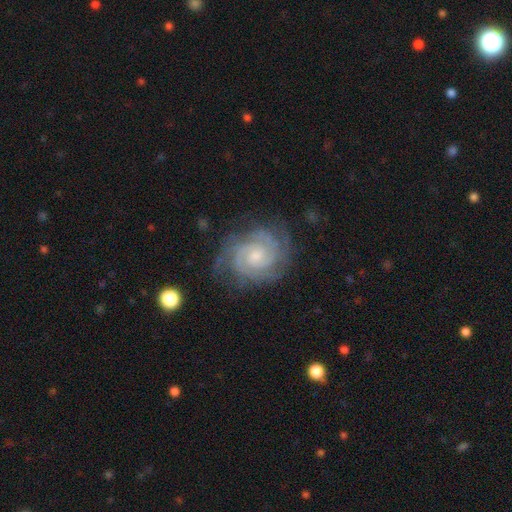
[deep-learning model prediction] smooth-or-featured: featured or disk: 90% | star or artifact: 5% | smooth: 5%
  disk-edge-on: no: 98% | yes: 2%
    bar: no: 65% | weak: 29% | strong: 6%
    has-spiral-arms: yes: 98% | no: 2%
      spiral-winding: tight: 76% | medium: 21% | loose: 2%
      spiral-arm-count: 2: 46% | 3: 23% | can't tell: 13% | 4: 9% | more than 4: 4% | 1: 4%
    bulge-size: small: 62% | moderate: 29% | none: 6% | large: 2% | dominant: 1%
  merging: none: 76% | minor disturbance: 17% | major disturbance: 6% | merger: 1%